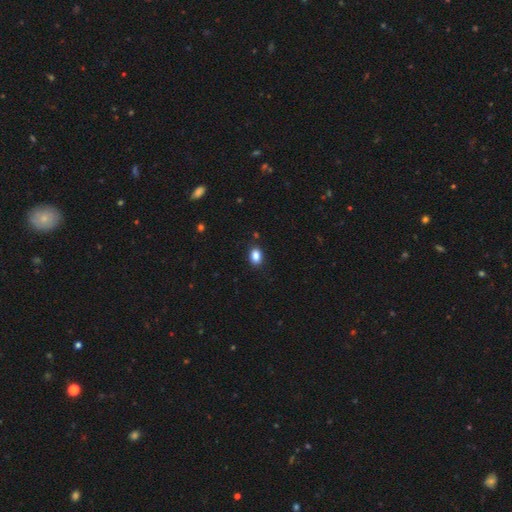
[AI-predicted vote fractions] This is clearly a smooth galaxy (87%). How rounded: clearly in between (82%). Merging: clearly none (87%).